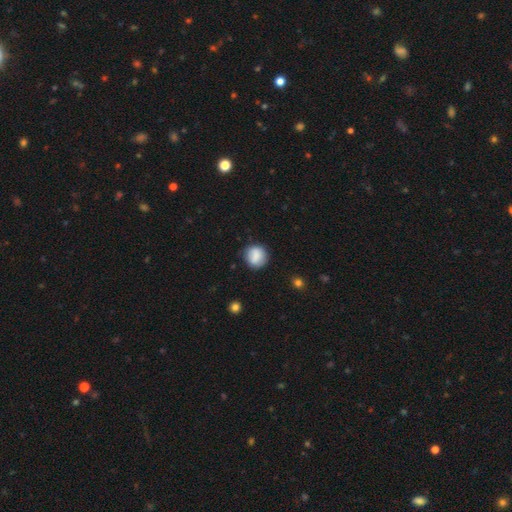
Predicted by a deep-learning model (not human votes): Morphology: type=smooth (81%); roundness=round (83%); merging=none (79%).